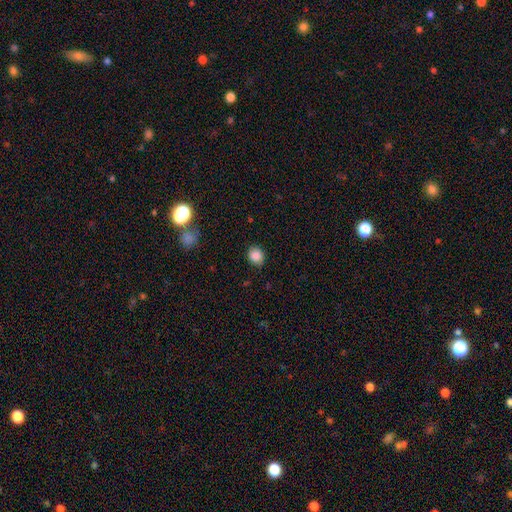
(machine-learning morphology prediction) A smooth galaxy with no disk features (86%) that is round (77%). Merging: none (84%).